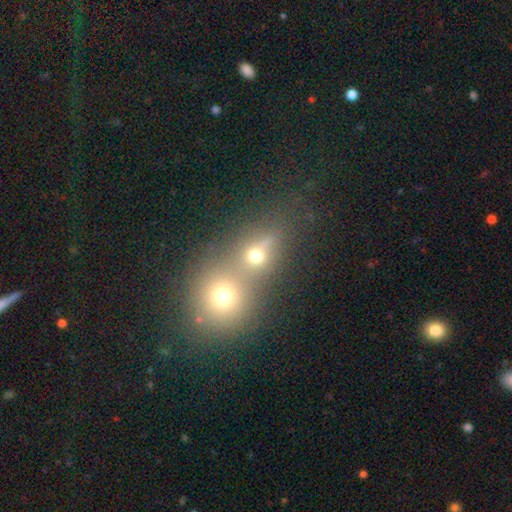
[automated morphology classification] Q: Smooth or featured?
A: smooth (63%); runner-up: star or artifact (19%)
Q: How rounded?
A: round (65%); runner-up: in between (32%)
Q: Merging?
A: merger (66%); runner-up: none (25%)